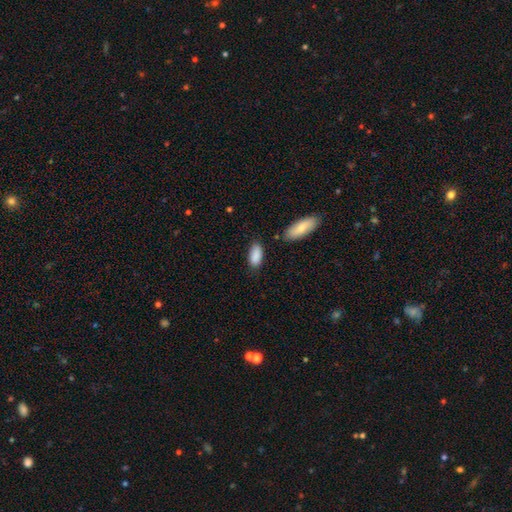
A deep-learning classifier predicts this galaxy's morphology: The model was most divided on "merging": none: 75%, minor disturbance: 16%, merger: 6%, major disturbance: 4%. More confident: smooth or featured — smooth (89%); how rounded — in between (86%).